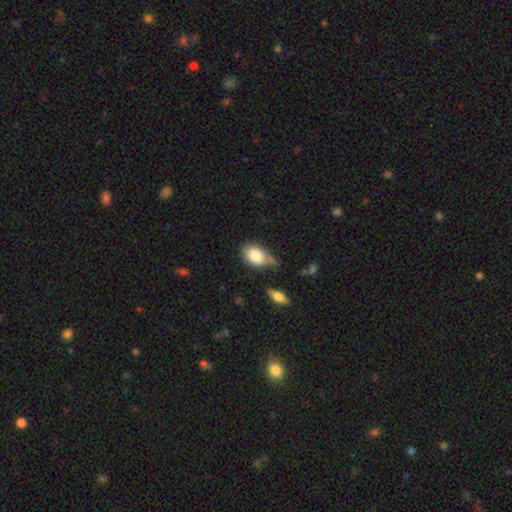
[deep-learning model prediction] Smooth or featured: smooth — 84% (featured or disk — 9%)
How rounded: in between — 86% (round — 12%)
Merging: none — 46% (minor disturbance — 32%)